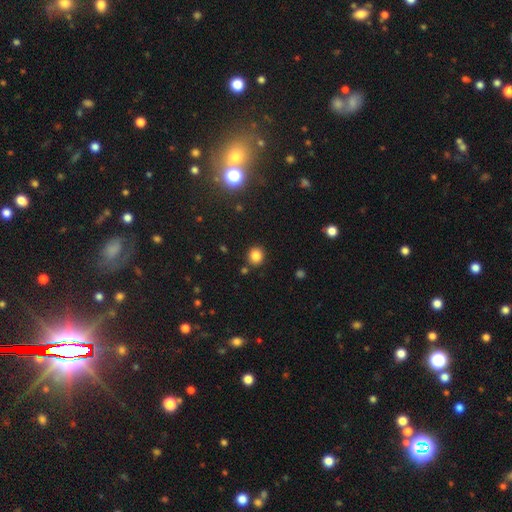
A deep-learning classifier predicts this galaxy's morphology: This is clearly a smooth galaxy (83%). How rounded: clearly round (81%). Merging: clearly none (86%).